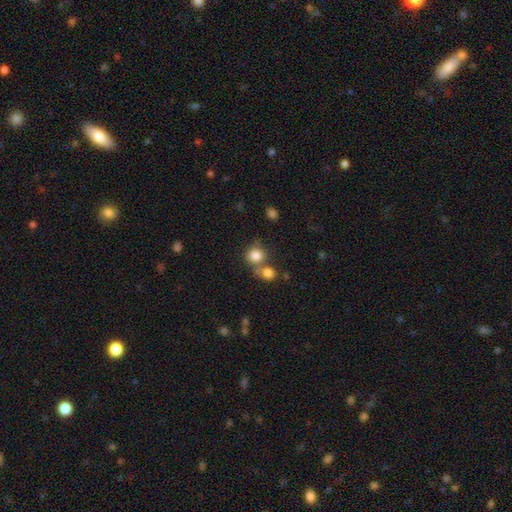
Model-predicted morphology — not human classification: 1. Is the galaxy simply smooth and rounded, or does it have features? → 82% smooth, 11% star or artifact, 7% featured or disk.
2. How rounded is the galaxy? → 86% round, 13% in between, 1% cigar-shaped.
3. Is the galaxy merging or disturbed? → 55% none, 31% merger, 9% minor disturbance, 4% major disturbance.